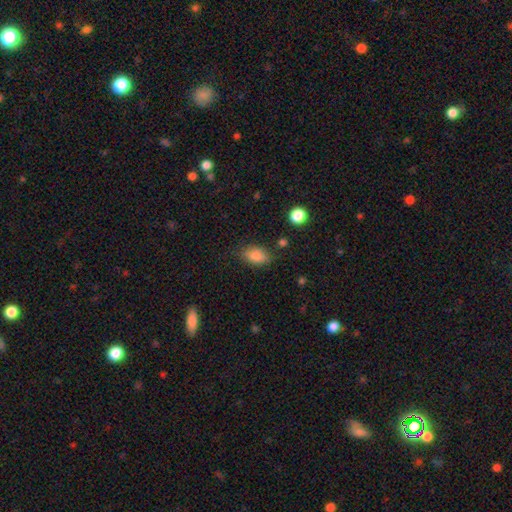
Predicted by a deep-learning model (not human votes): Smooth or featured? smooth (83%)
How rounded? in between (87%)
Merging? none (74%)